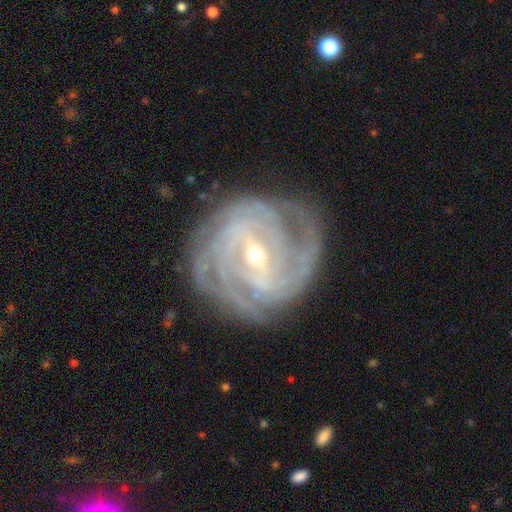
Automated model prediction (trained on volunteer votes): A featured or disk galaxy (90%) with a weak bar (43%), can't tell (25%, tied with 4) tight (76%) spiral arms (97%) and a small central bulge (70%).

Vote fractions:
- Smooth or featured? featured or disk: 90% / star or artifact: 5% / smooth: 5%
- Edge-on disk? no: 97% / yes: 3%
- Bar? weak: 43% / strong: 40% / no: 17%
- Spiral arms? yes: 97% / no: 3%
- Spiral winding? tight: 76% / medium: 20% / loose: 4%
- Spiral arm count? can't tell: 25% (tied) / 4: 25% (tied) / 3: 19% / 2: 15% / more than 4: 10% / 1: 7%
- Bulge size? small: 70% / moderate: 27% / large: 1% / none: 1% / dominant: 1%
- Merging? none: 79% / minor disturbance: 14% / major disturbance: 5% / merger: 1%